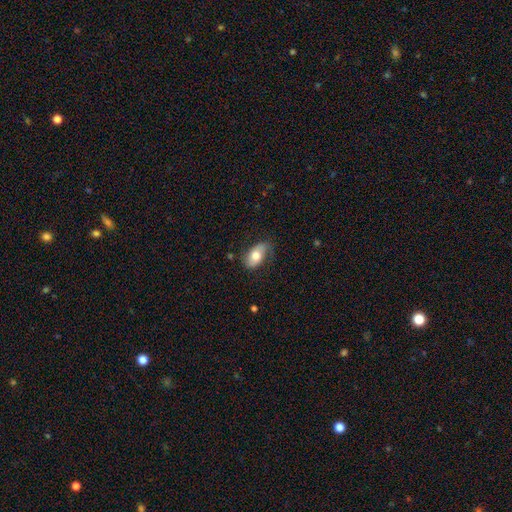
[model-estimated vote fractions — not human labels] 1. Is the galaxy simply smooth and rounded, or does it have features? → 67% smooth, 27% featured or disk, 6% star or artifact.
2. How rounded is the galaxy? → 92% in between, 6% round, 2% cigar-shaped.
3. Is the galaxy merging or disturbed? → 62% none, 27% minor disturbance, 9% major disturbance, 2% merger.